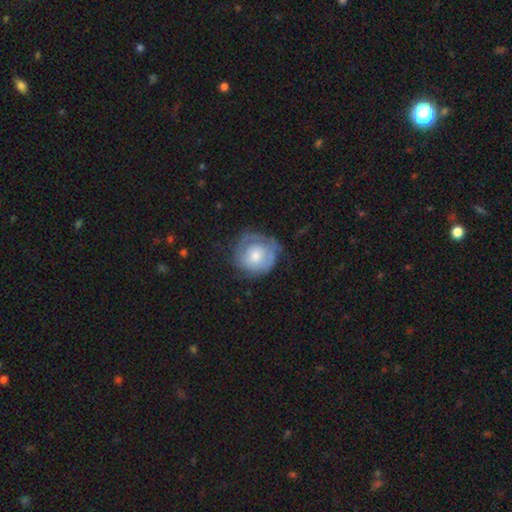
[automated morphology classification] type=featured or disk (57%); edge-on=no (97%); bar=no (80%); spiral arms=yes (72%); bulge=moderate (56%); merging=none (60%).